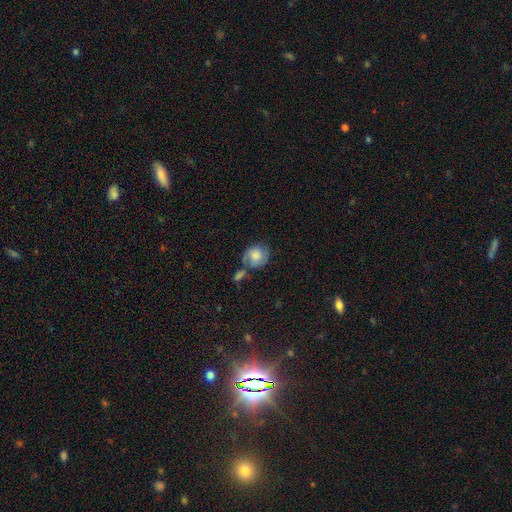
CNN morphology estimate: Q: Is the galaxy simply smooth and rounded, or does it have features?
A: smooth — 53%.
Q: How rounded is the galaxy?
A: round — 69%.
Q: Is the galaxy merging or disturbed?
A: none — 39%.